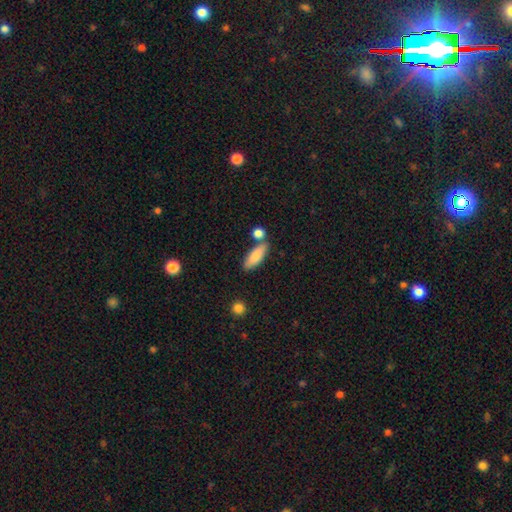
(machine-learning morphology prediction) smooth 82%, featured or disk 12%, star or artifact 6%. Down the decision tree: how rounded — in between (64%); merging — none (71%).